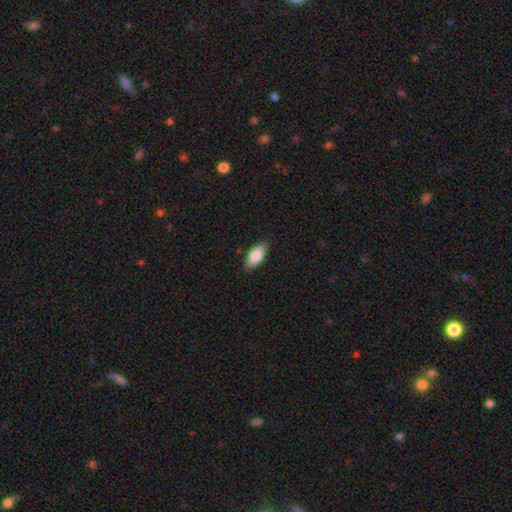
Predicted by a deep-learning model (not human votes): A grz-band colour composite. It shows a smooth galaxy with no disk features (83%) that is in between round and cigar-shaped (88%). Merging: none (85%).